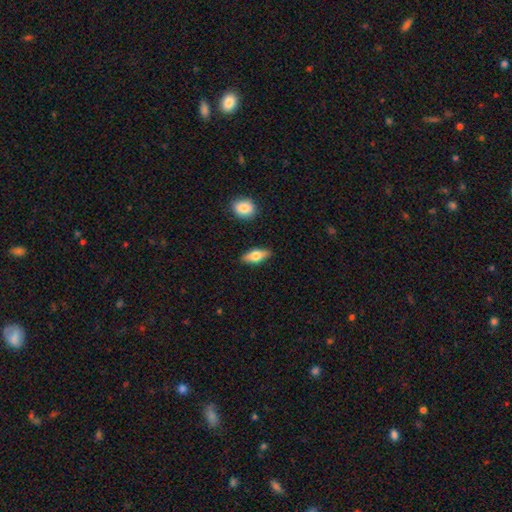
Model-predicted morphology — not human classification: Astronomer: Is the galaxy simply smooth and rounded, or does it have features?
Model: smooth — 66%.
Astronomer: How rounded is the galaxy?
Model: in between — 73%.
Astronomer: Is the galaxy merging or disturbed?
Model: none — 87%.